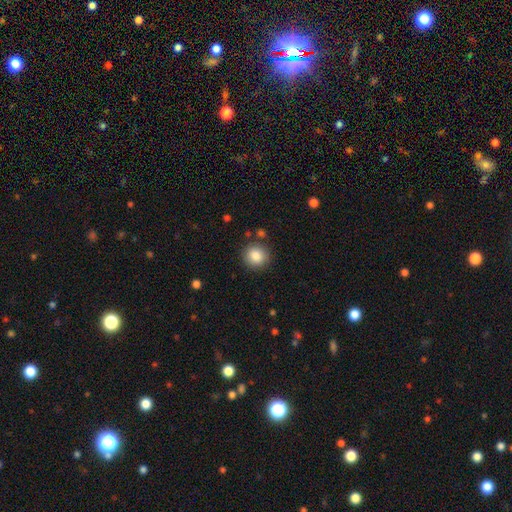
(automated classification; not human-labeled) A smooth galaxy with no disk features (85%) that is round (91%).

Vote fractions:
- Smooth or featured? smooth: 85% / star or artifact: 9% / featured or disk: 6%
- How rounded? round: 91% / in between: 8% / cigar-shaped: 1%
- Merging? none: 86% / minor disturbance: 8% / merger: 3% / major disturbance: 3%